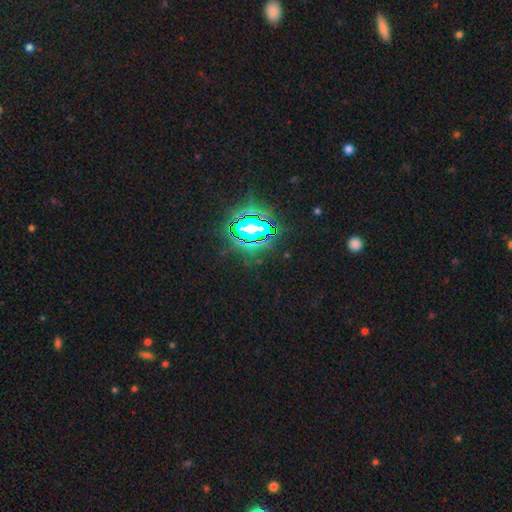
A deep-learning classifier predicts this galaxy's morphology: type=star or artifact (82%).